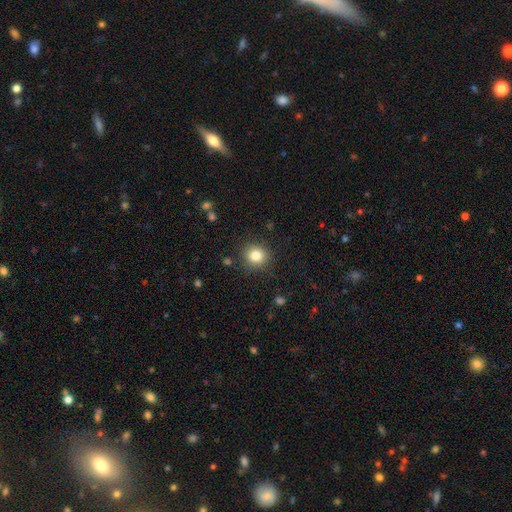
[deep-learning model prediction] smooth-or-featured: smooth: 82% | star or artifact: 11% | featured or disk: 7%
  how-rounded: round: 90% | in between: 9% | cigar-shaped: 1%
  merging: none: 89% | minor disturbance: 7% | major disturbance: 2% | merger: 1%